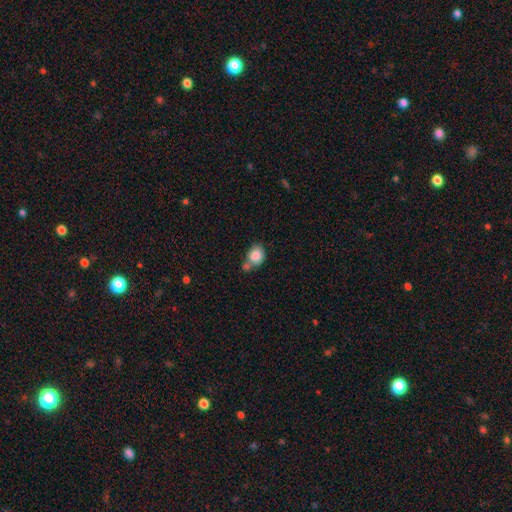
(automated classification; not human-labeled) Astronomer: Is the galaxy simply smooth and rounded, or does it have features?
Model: smooth — 85%.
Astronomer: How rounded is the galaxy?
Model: round — 51% (runner-up: in between, 48%).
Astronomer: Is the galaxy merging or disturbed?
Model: none — 43% (runner-up: merger, 34%).